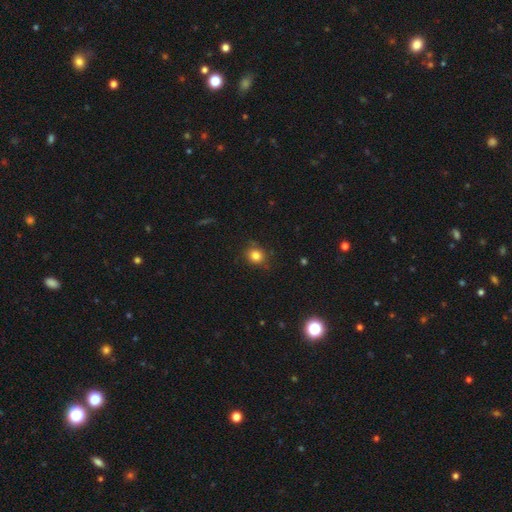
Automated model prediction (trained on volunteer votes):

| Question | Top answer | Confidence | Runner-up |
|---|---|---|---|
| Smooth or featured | smooth | 83% | star or artifact (12%) |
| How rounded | round | 81% | in between (18%) |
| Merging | none | 80% | minor disturbance (15%) |